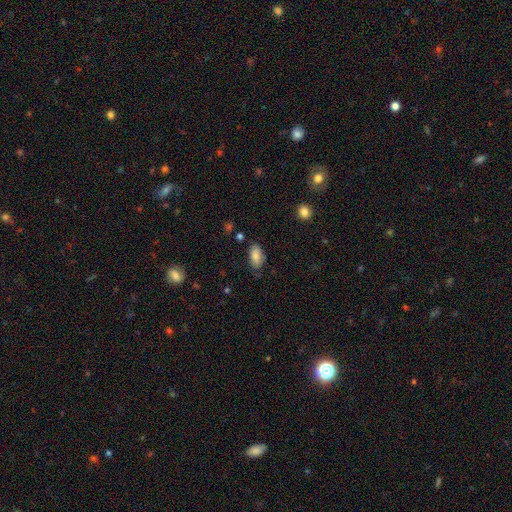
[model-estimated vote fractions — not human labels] Smooth or featured? smooth (81%)
How rounded? in between (93%)
Merging? none (75%)